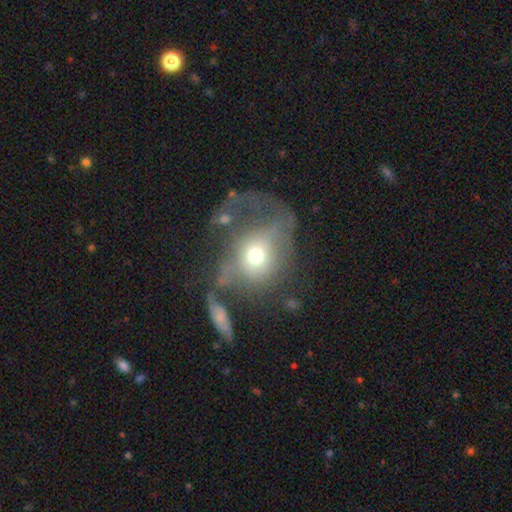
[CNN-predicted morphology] smooth-or-featured: smooth: 48% | featured or disk: 40% | star or artifact: 11%
  merging: major disturbance: 52% | none: 20% | merger: 15% | minor disturbance: 13%